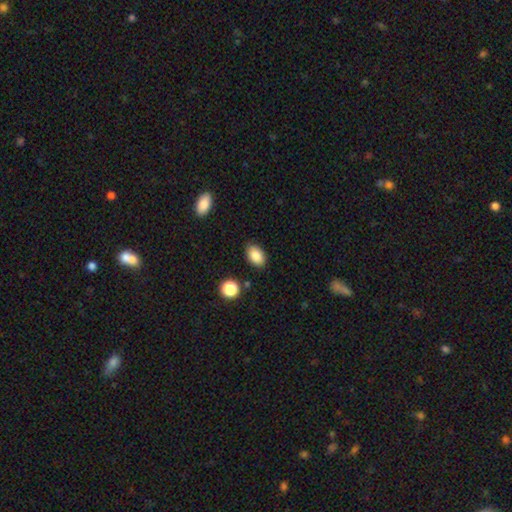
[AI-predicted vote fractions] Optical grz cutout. It shows a smooth galaxy with no disk features (86%) that is in between round and cigar-shaped (87%). Merging: none (85%).